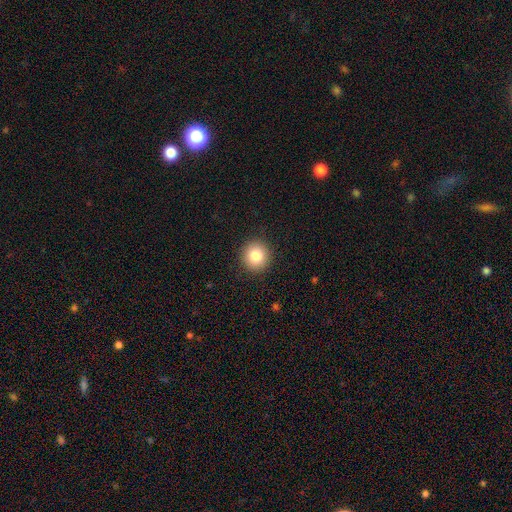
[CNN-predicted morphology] Smooth or featured?
  - smooth: 83% *
  - star or artifact: 10%
  - featured or disk: 7%
How rounded?
  - round: 94% *
  - in between: 5%
  - cigar-shaped: 1%
Merging?
  - none: 92% *
  - minor disturbance: 5%
  - major disturbance: 2%
  - merger: 1%